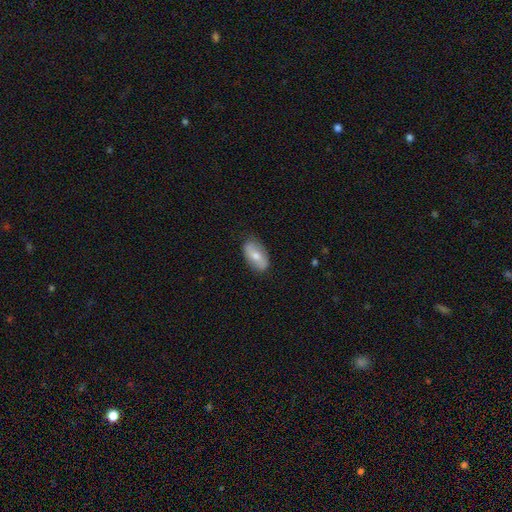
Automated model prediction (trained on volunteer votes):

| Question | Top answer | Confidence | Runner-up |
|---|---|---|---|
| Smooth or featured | smooth | 64% | featured or disk (30%) |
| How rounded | in between | 92% | round (5%) |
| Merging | none | 79% | minor disturbance (17%) |